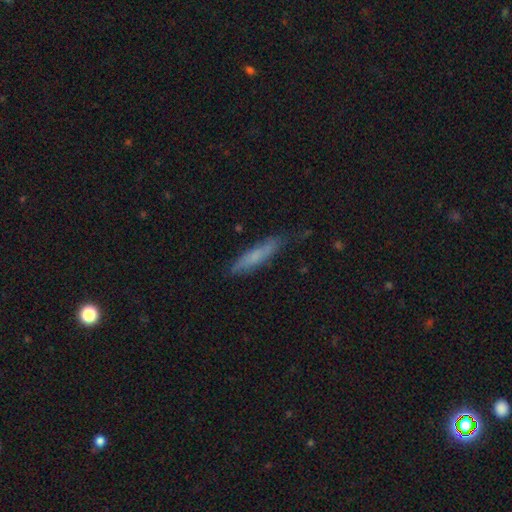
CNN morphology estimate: This appears to be a smooth galaxy with no disk features (65%) that is cigar-shaped (87%). Merging: none (73%).